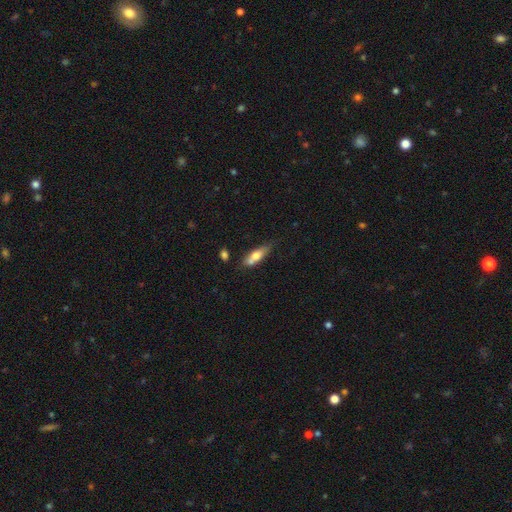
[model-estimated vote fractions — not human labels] Smooth or featured? Predicted: smooth (p=0.64). How rounded? Predicted: in between (p=0.49). Merging? Predicted: none (p=0.52).